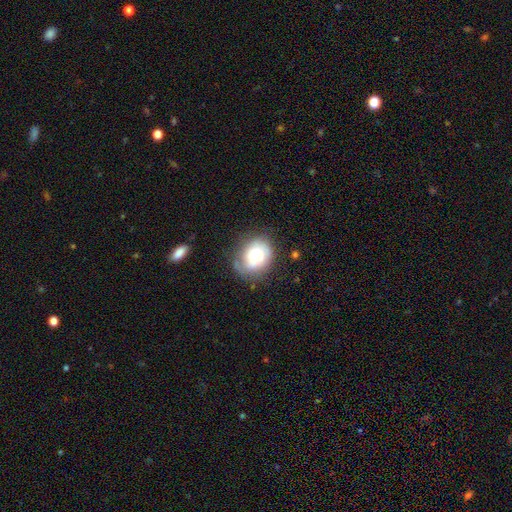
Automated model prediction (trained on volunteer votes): Smooth or featured: smooth — 59% (featured or disk — 33%)
How rounded: round — 55% (in between — 44%)
Merging: none — 65% (minor disturbance — 24%)